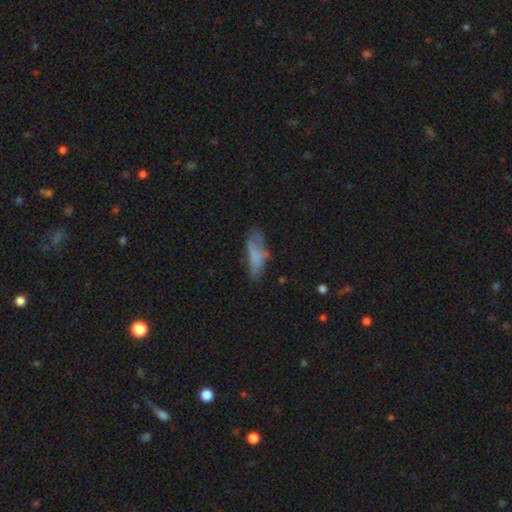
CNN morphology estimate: A smooth galaxy with no disk features (60%) that is in between round and cigar-shaped (64%). Merging: none (40%).